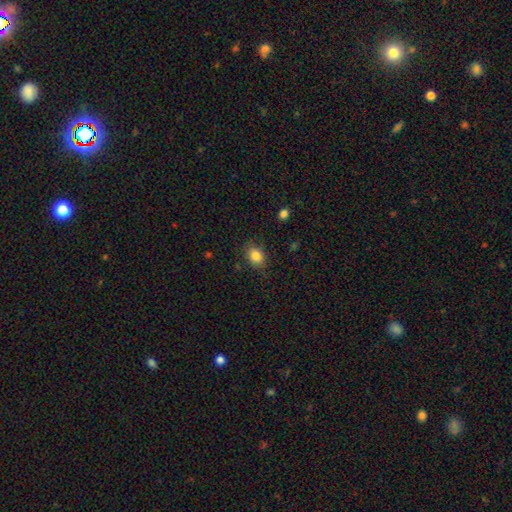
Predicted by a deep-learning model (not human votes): Smooth or featured? Predicted: smooth (p=0.84). How rounded? Predicted: in between (p=0.58). Merging? Predicted: none (p=0.80).